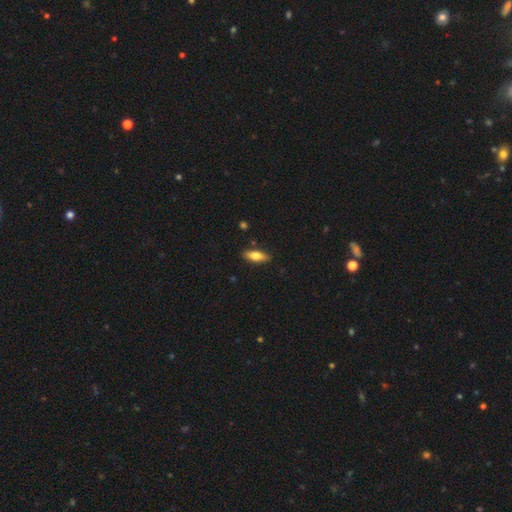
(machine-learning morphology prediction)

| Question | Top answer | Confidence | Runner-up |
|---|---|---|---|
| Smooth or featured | smooth | 73% | featured or disk (21%) |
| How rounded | in between | 65% | cigar-shaped (32%) |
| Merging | none | 86% | minor disturbance (10%) |